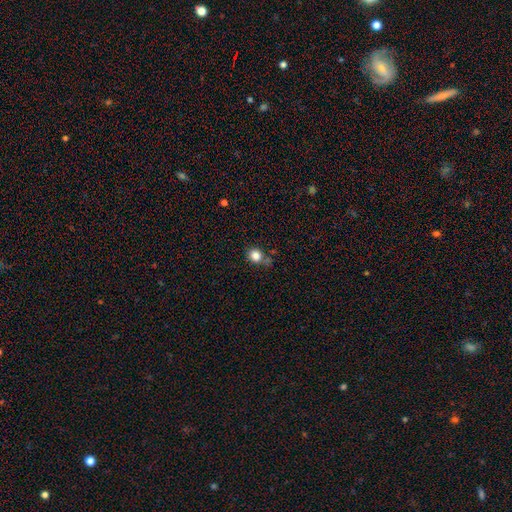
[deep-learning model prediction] Morphology: type=smooth (84%); roundness=round (78%); merging=none (66%).